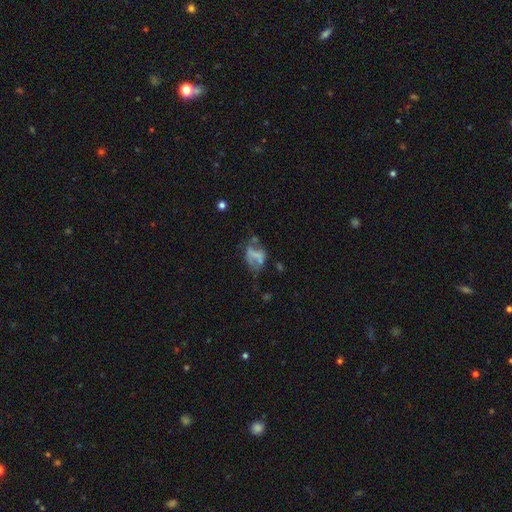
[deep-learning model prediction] A featured or disk galaxy (43%). Merging: major disturbance (34%).